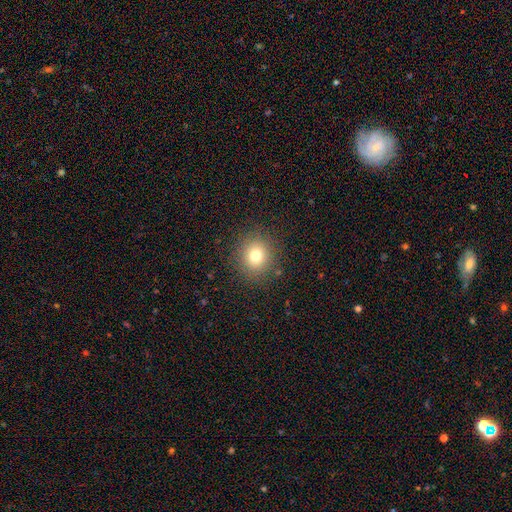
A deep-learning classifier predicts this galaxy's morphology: The model was most divided on "smooth or featured": smooth: 76%, star or artifact: 14%, featured or disk: 10%. More confident: merging — none (88%); how rounded — round (87%).